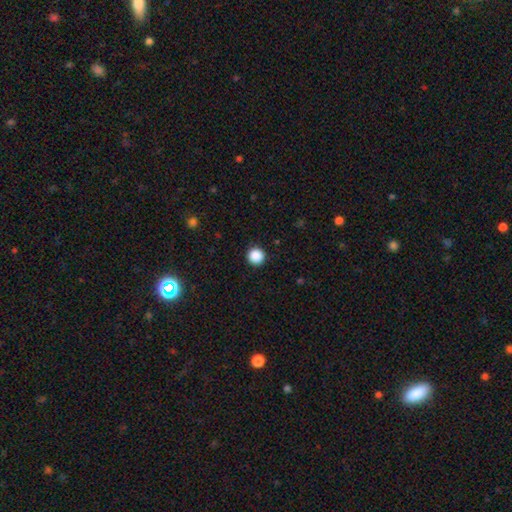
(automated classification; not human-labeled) The model was most divided on "smooth or featured": smooth: 88%, star or artifact: 10%, featured or disk: 2%. More confident: how rounded — round (96%); merging — none (93%).